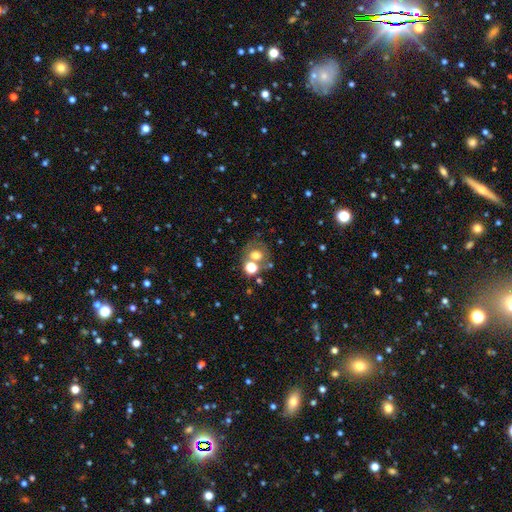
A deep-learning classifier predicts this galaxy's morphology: Smooth or featured?
  - smooth: 59% *
  - featured or disk: 22%
  - star or artifact: 19%
How rounded?
  - round: 75% *
  - in between: 24%
  - cigar-shaped: 1%
Merging?
  - none: 55% *
  - merger: 27%
  - minor disturbance: 12%
  - major disturbance: 7%